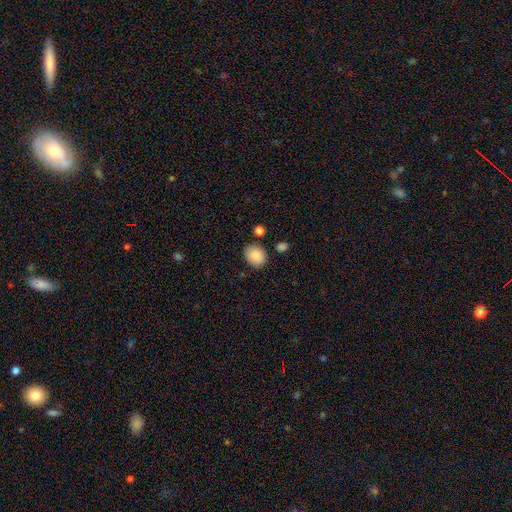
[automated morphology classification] smooth 87%, star or artifact 8%, featured or disk 5%. Down the decision tree: how rounded — in between (50%); merging — none (80%).